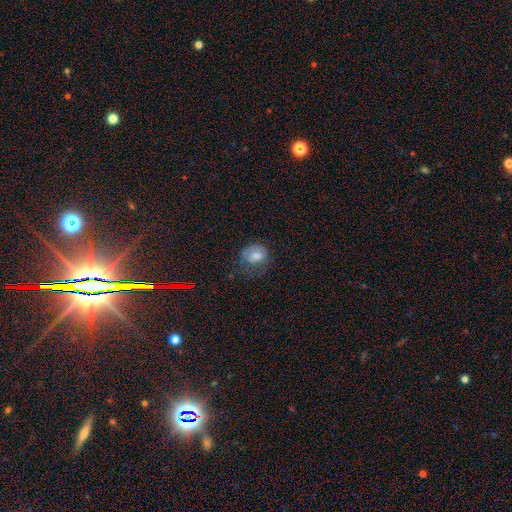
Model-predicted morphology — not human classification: Smooth or featured: smooth — 62% (featured or disk — 26%)
How rounded: round — 67% (in between — 32%)
Merging: none — 47% (minor disturbance — 27%)